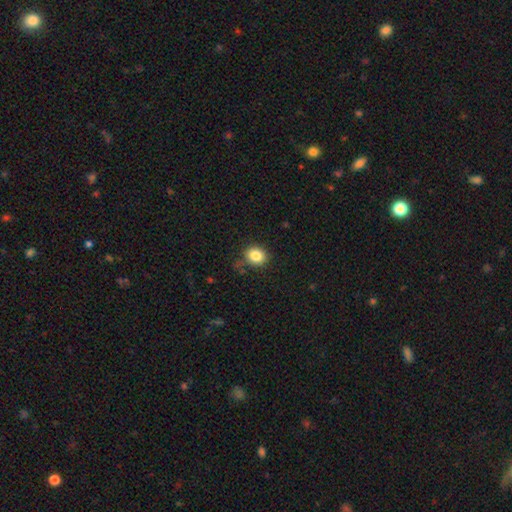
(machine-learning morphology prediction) Overall: smooth (84%). How rounded: round (65%; in between 34%). Merging: none (78%).